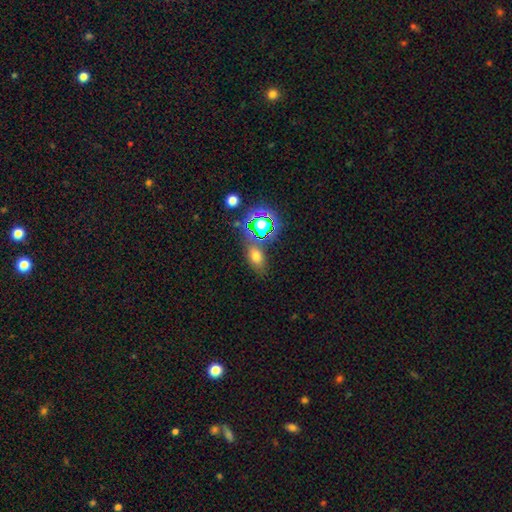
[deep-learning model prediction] Smooth or featured? smooth (63%)
How rounded? in between (75%)
Merging? none (72%)